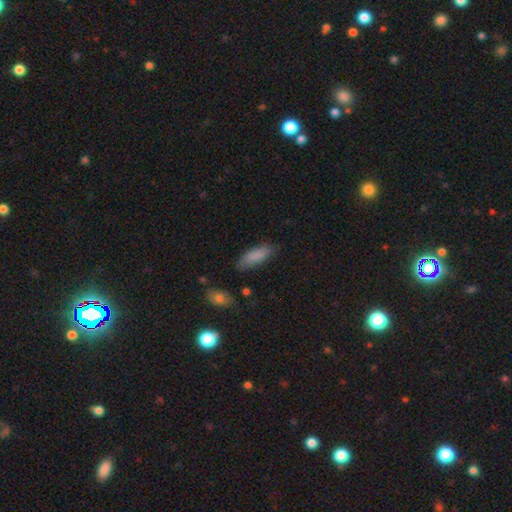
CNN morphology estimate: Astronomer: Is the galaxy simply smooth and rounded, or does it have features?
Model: smooth — 85%.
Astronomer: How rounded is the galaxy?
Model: in between — 65%.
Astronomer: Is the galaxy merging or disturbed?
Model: none — 79%.